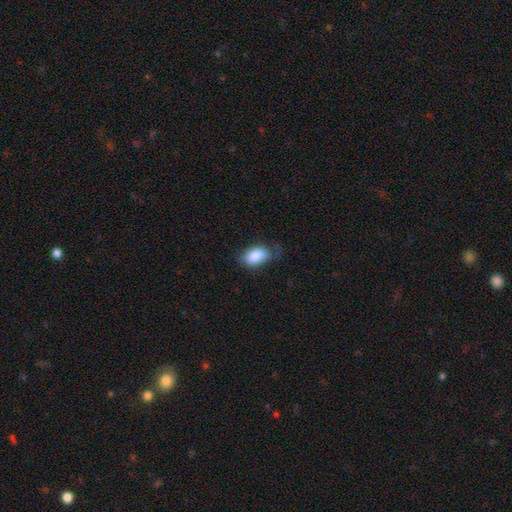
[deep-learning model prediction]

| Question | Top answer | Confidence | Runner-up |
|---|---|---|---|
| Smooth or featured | smooth | 86% | star or artifact (7%) |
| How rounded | in between | 90% | round (7%) |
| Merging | none | 51% | minor disturbance (34%) |